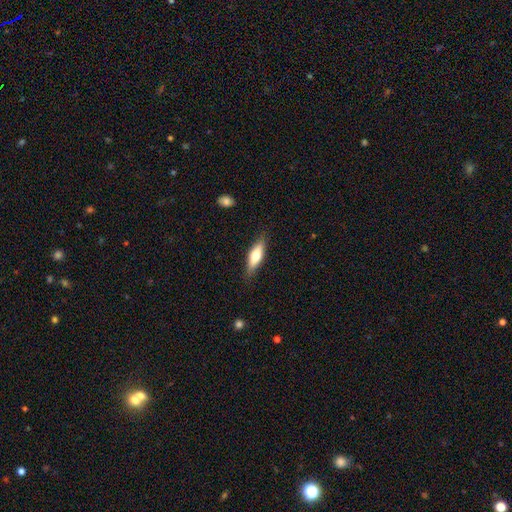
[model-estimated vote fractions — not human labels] Morphology: type=smooth (61%); roundness=in between (52%); merging=none (85%).